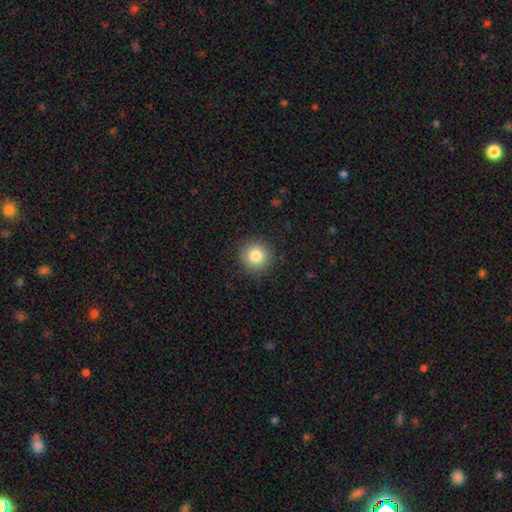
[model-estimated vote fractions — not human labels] Smooth or featured? smooth (83%)
How rounded? round (94%)
Merging? none (90%)